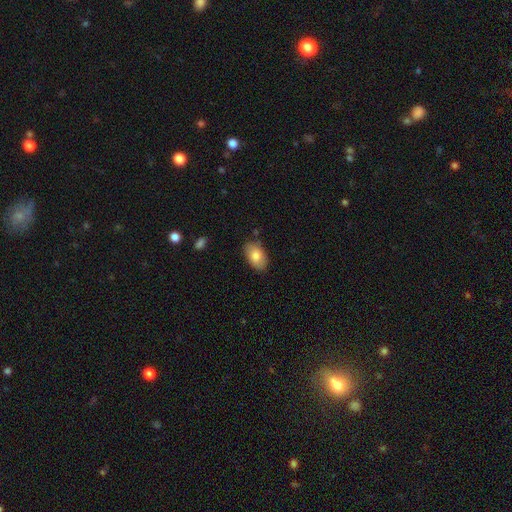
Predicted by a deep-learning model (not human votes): Smooth or featured? smooth (81%)
How rounded? in between (92%)
Merging? none (82%)